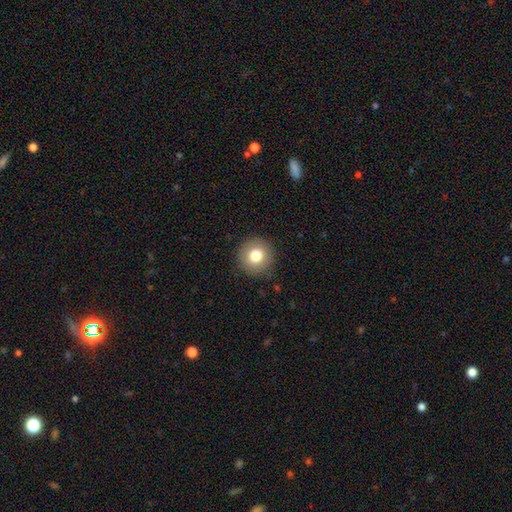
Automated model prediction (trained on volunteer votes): Smooth or featured?
  - smooth: 78% *
  - featured or disk: 12%
  - star or artifact: 10%
How rounded?
  - round: 95% *
  - in between: 4%
  - cigar-shaped: 1%
Merging?
  - none: 90% *
  - minor disturbance: 6%
  - major disturbance: 2%
  - merger: 1%